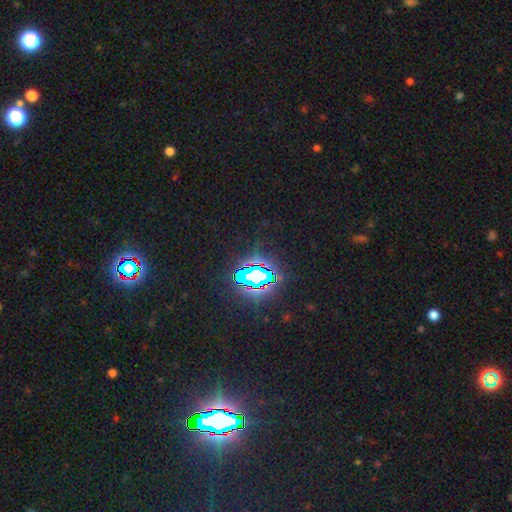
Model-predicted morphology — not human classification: Smooth or featured?
  - star or artifact: 85% *
  - smooth: 9%
  - featured or disk: 6%